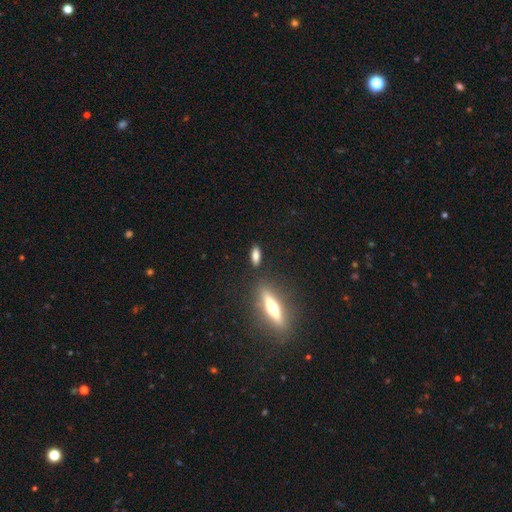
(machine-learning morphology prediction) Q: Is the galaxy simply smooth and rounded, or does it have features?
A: smooth — 74%.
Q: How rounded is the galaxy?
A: in between — 56%.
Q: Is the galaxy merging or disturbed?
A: none — 82%.